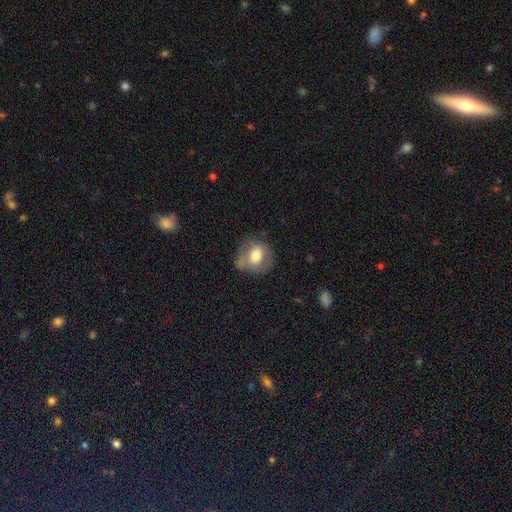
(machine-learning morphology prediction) smooth 62%, featured or disk 30%, star or artifact 8%. Down the decision tree: how rounded — round (67%); merging — none (61%).